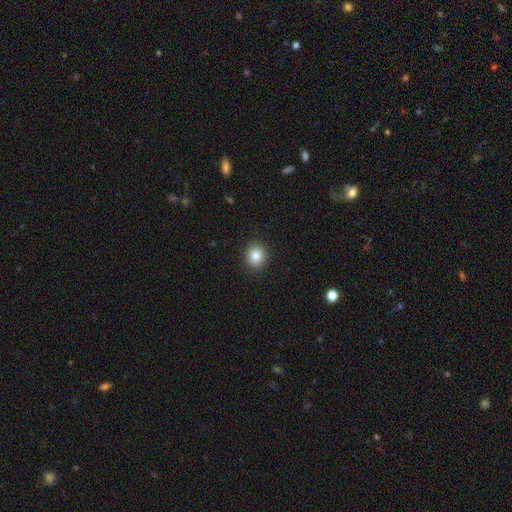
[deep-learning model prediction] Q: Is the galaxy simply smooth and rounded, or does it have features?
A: smooth — 83%.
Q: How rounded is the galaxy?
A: round — 81%.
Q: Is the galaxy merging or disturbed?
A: none — 91%.